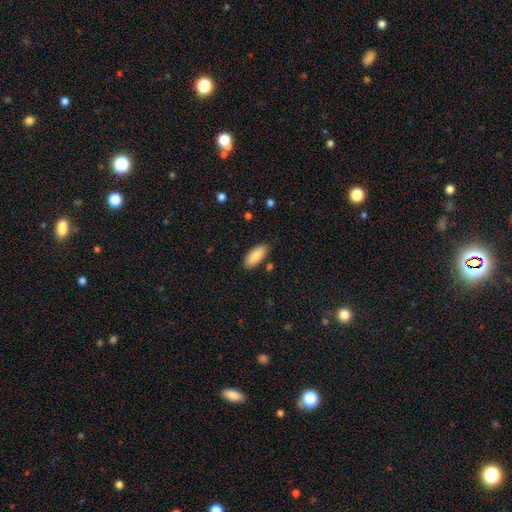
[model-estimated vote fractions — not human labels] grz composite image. It shows a smooth galaxy with no disk features (86%) that is in between round and cigar-shaped (84%). Merging: none (84%).